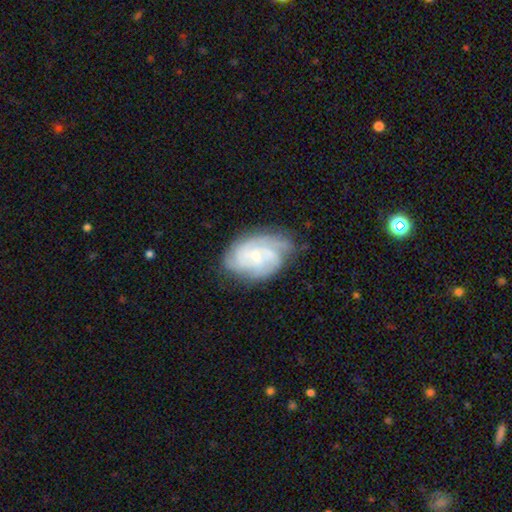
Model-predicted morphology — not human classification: A featured or disk galaxy (79%) with no bar (66%), tight (60%) spiral arms (94%) and a small central bulge (66%).

Vote fractions:
- Smooth or featured? featured or disk: 79% / smooth: 15% / star or artifact: 6%
- Edge-on disk? no: 97% / yes: 3%
- Bar? no: 66% / weak: 29% / strong: 5%
- Spiral arms? yes: 94% / no: 6%
- Spiral winding? tight: 60% / medium: 32% / loose: 8%
- Spiral arm count? can't tell: 29% / 3: 28% / 4: 19% / 2: 14% / more than 4: 5% / 1: 5%
- Bulge size? small: 66% / moderate: 29% / none: 2% / large: 1% / dominant: 1%
- Merging? none: 68% / minor disturbance: 23% / major disturbance: 8% / merger: 2%